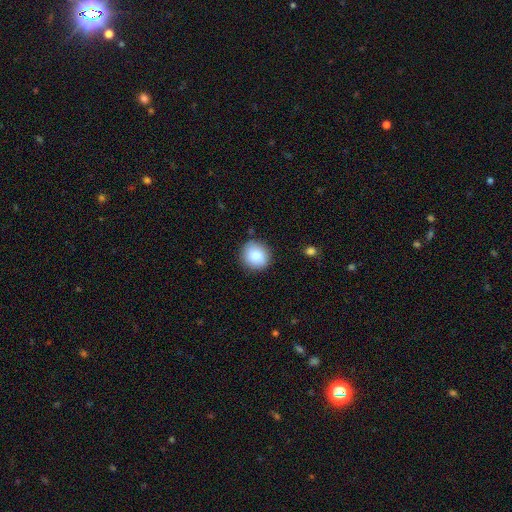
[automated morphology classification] smooth 86%, star or artifact 8%, featured or disk 6%. Down the decision tree: how rounded — round (87%); merging — none (87%).